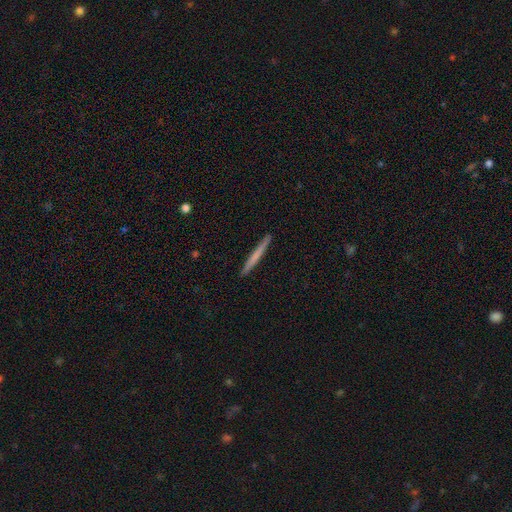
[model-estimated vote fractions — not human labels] This appears to be a smooth galaxy with no disk features (59%) that is cigar-shaped (97%). Merging: none (93%).